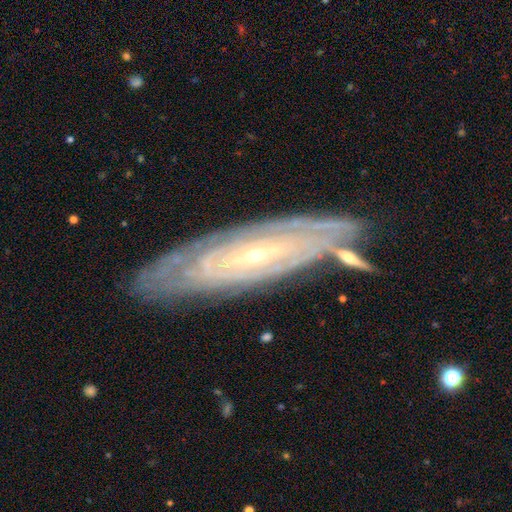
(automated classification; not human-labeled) A featured or disk galaxy (86%) with no bar (53%), tight (81%) spiral arms (93%) and a small central bulge (83%). Merging: none (79%).